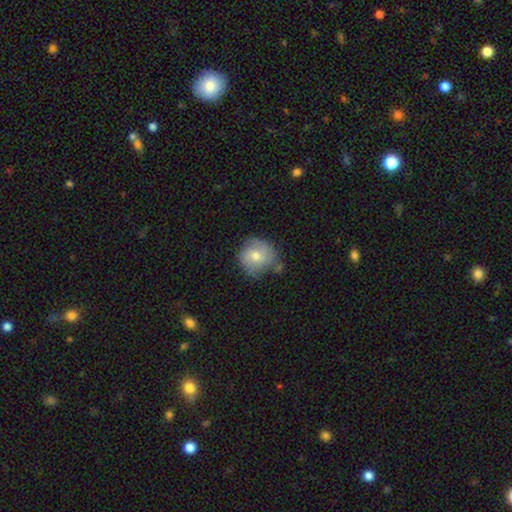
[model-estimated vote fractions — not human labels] Smooth or featured? Predicted: smooth (p=0.57). How rounded? Predicted: round (p=0.87). Merging? Predicted: none (p=0.63).